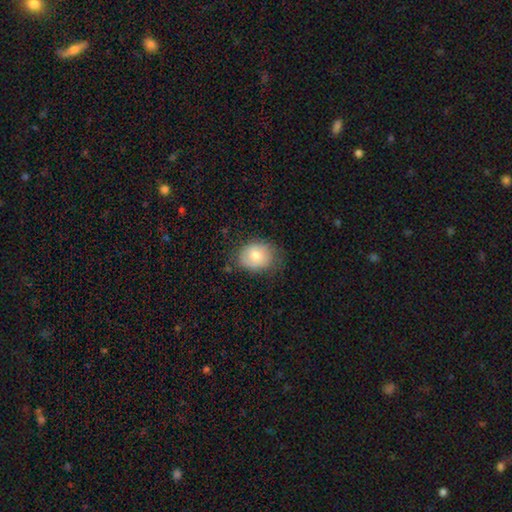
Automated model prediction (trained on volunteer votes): Q: Smooth or featured?
A: smooth (76%); runner-up: featured or disk (17%)
Q: How rounded?
A: in between (61%); runner-up: round (38%)
Q: Merging?
A: none (62%); runner-up: minor disturbance (28%)